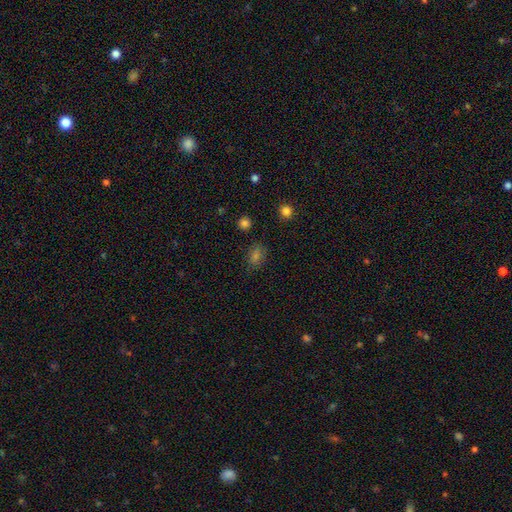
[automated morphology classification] A smooth galaxy with no disk features (64%) that is in between round and cigar-shaped (69%). Merging: none (80%).